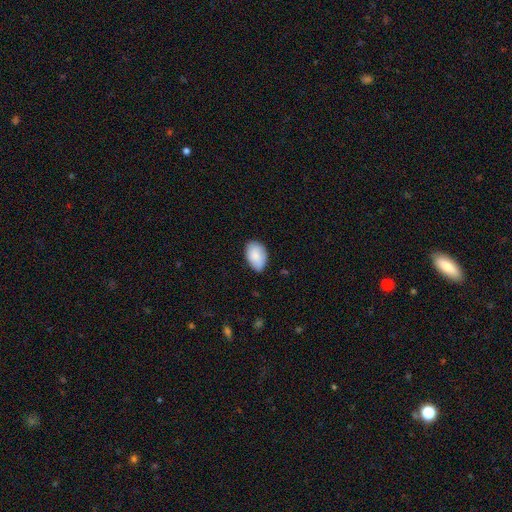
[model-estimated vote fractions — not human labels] smooth-or-featured: smooth: 85% | featured or disk: 8% | star or artifact: 6%
  how-rounded: in between: 89% | round: 9% | cigar-shaped: 1%
  merging: none: 68% | minor disturbance: 27% | major disturbance: 4% | merger: 1%